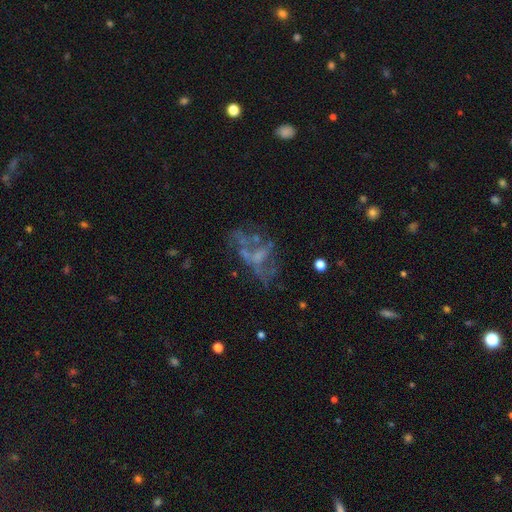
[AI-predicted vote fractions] Morphology: type=featured or disk (62%); edge-on=no (96%); bar=no (78%); spiral arms=no (80%); bulge=none (60%); merging=none (41%).